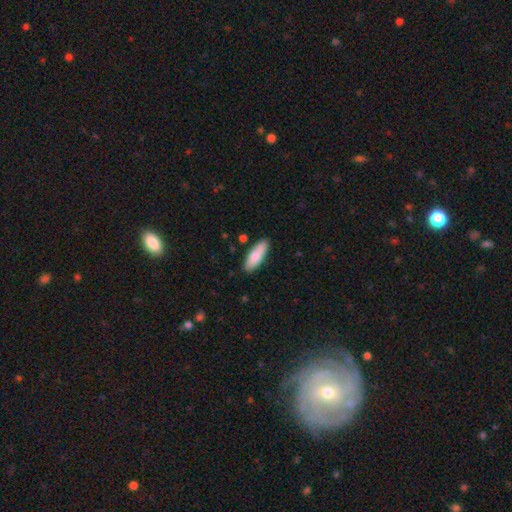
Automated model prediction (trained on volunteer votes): smooth 83%, featured or disk 12%, star or artifact 6%. Down the decision tree: how rounded — in between (62%); merging — none (86%).